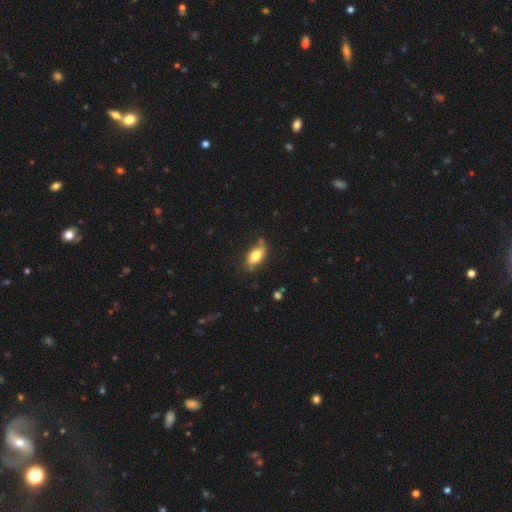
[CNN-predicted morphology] This is likely a smooth galaxy (68%). How rounded: clearly in between (86%). Merging: likely none (67%).